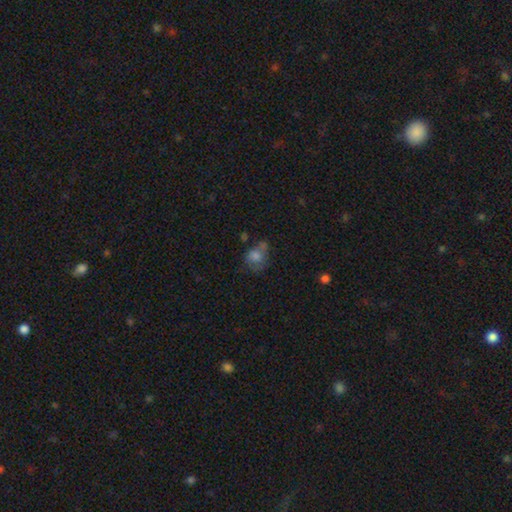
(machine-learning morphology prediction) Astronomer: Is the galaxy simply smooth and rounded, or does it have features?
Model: smooth — 63%.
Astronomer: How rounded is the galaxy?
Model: round — 57% (runner-up: in between, 41%).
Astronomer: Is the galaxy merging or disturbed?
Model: none — 38% (runner-up: minor disturbance, 25%).